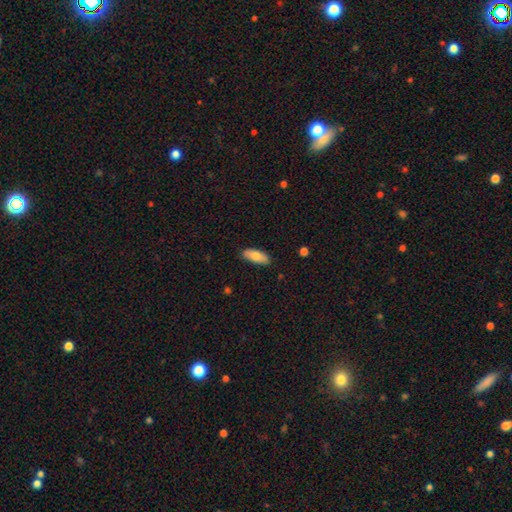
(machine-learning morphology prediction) Smooth or featured?
  - smooth: 79% *
  - featured or disk: 15%
  - star or artifact: 6%
How rounded?
  - in between: 82% *
  - cigar-shaped: 16%
  - round: 2%
Merging?
  - none: 86% *
  - minor disturbance: 11%
  - major disturbance: 2%
  - merger: 1%